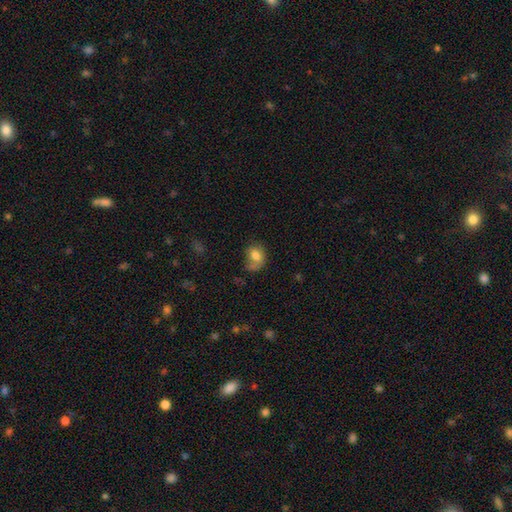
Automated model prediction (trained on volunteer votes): Smooth or featured?
  - smooth: 76% *
  - featured or disk: 14%
  - star or artifact: 9%
How rounded?
  - in between: 58% *
  - round: 41%
  - cigar-shaped: 1%
Merging?
  - none: 43% *
  - minor disturbance: 28%
  - major disturbance: 19%
  - merger: 11%